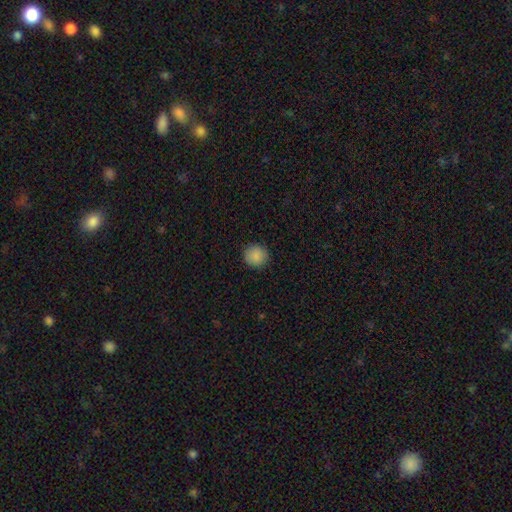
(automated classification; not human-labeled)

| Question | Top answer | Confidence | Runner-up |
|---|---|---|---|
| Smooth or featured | smooth | 88% | star or artifact (9%) |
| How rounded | round | 92% | in between (7%) |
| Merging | none | 91% | minor disturbance (6%) |